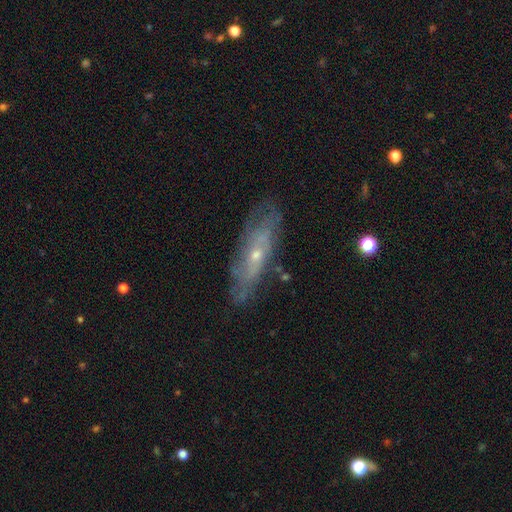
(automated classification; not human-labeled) Smooth or featured? featured or disk (69%)
Edge-on disk? no (73%)
Merging? none (69%)